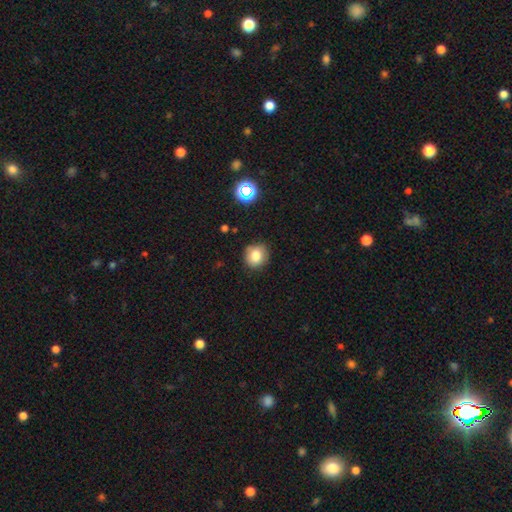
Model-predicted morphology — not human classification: smooth_or_featured: smooth (p=0.81) [alt: star or artifact p=0.11]
how_rounded: round (p=0.79) [alt: in between p=0.20]
merging: none (p=0.85) [alt: minor disturbance p=0.11]